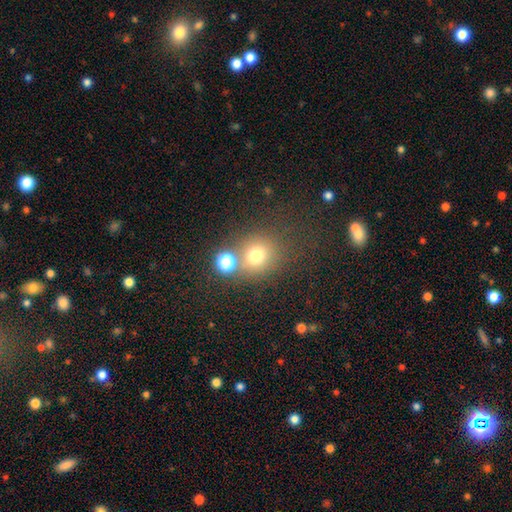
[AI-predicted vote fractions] smooth 71%, star or artifact 19%, featured or disk 10%. Down the decision tree: how rounded — round (80%); merging — none (63%).